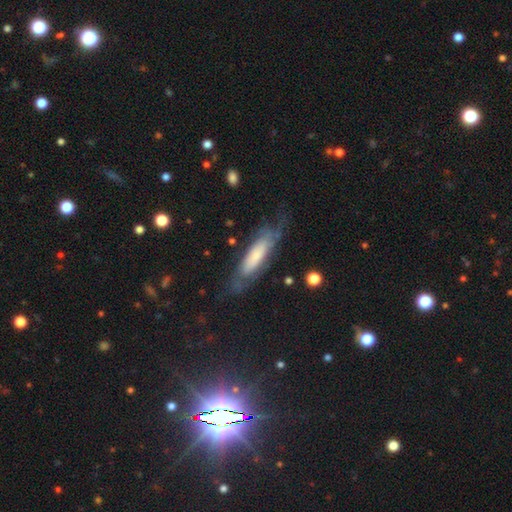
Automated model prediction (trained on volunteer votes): Q: Smooth or featured?
A: featured or disk (47%); runner-up: smooth (46%)
Q: Merging?
A: none (63%); runner-up: minor disturbance (22%)